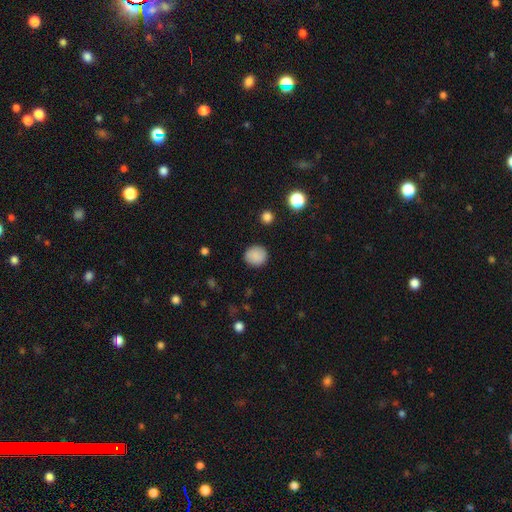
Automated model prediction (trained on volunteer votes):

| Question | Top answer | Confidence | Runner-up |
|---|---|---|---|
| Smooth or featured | smooth | 87% | star or artifact (8%) |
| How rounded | round | 89% | in between (11%) |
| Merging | none | 89% | minor disturbance (8%) |